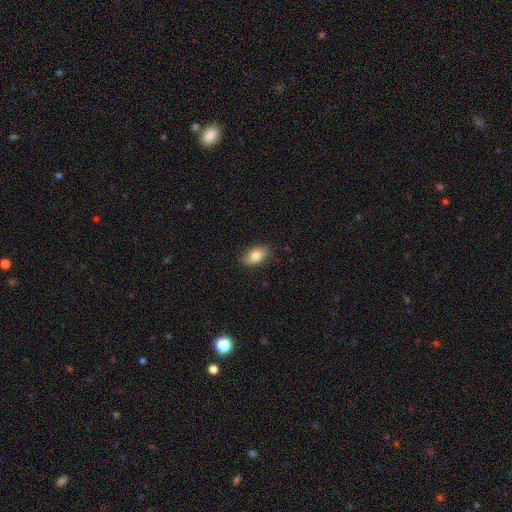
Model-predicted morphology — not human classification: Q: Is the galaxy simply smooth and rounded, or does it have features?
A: smooth — 82%.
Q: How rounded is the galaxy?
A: in between — 89%.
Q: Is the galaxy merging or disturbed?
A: none — 85%.